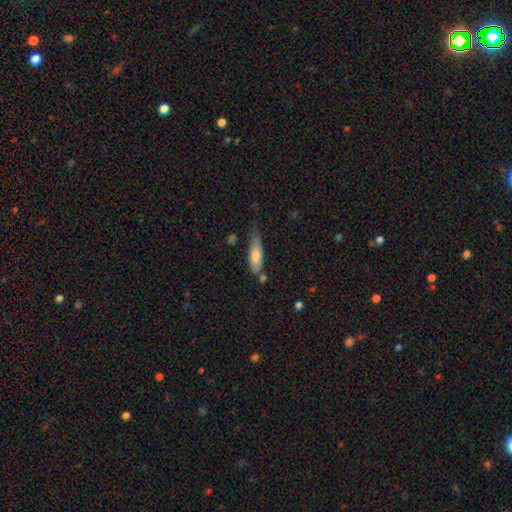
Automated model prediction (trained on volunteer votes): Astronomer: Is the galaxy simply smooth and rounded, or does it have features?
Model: smooth — 72%.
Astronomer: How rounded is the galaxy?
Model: cigar-shaped — 50% (runner-up: in between, 48%).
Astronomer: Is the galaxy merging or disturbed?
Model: none — 53% (runner-up: minor disturbance, 32%).